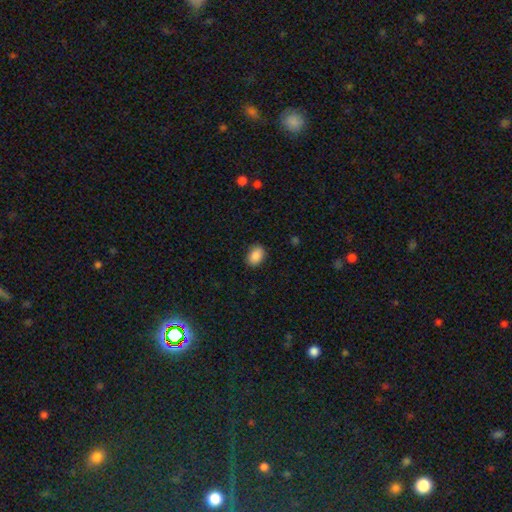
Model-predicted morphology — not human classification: type=smooth (88%); roundness=in between (75%); merging=none (87%).